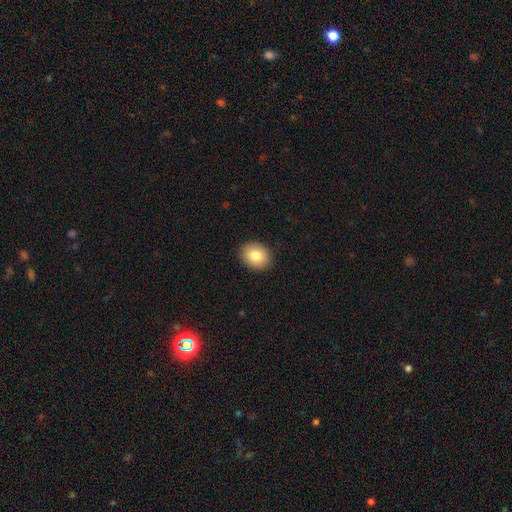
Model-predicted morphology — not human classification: Smooth or featured? smooth (83%)
How rounded? round (50%)
Merging? none (90%)